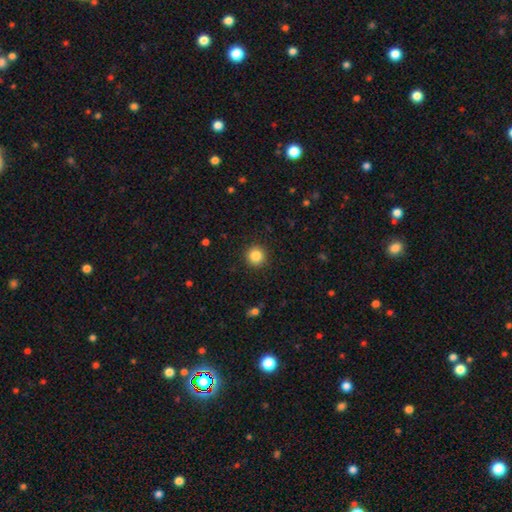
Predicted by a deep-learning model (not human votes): Q: Smooth or featured?
A: smooth (85%); runner-up: star or artifact (10%)
Q: How rounded?
A: round (95%); runner-up: in between (4%)
Q: Merging?
A: none (92%); runner-up: minor disturbance (5%)